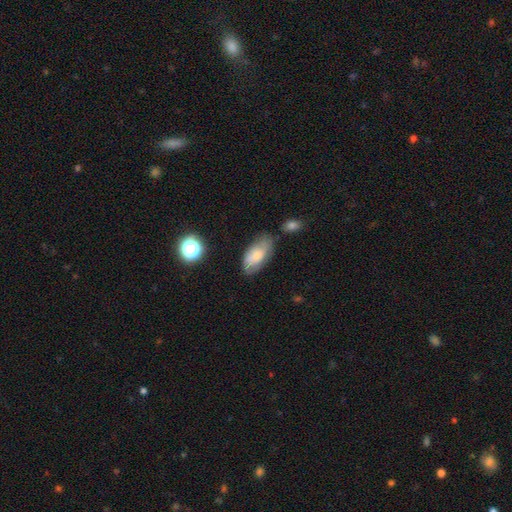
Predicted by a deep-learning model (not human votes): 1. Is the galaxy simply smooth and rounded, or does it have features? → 66% smooth, 25% featured or disk, 8% star or artifact.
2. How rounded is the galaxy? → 91% in between, 5% cigar-shaped, 3% round.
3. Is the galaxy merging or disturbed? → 63% none, 25% minor disturbance, 7% major disturbance, 5% merger.